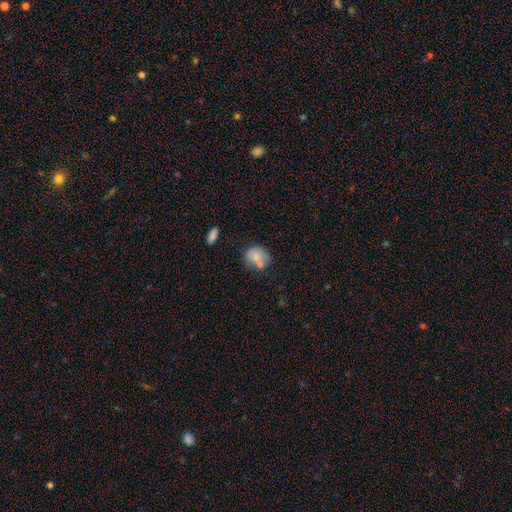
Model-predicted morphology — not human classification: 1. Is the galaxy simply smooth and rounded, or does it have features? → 73% smooth, 18% featured or disk, 9% star or artifact.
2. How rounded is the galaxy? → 68% round, 31% in between, 1% cigar-shaped.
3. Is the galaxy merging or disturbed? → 52% none, 24% merger, 18% minor disturbance, 6% major disturbance.